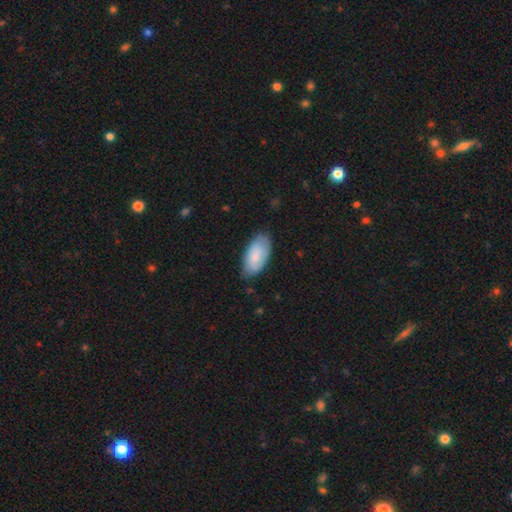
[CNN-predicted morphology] The model was most divided on "merging": none: 72%, minor disturbance: 23%, major disturbance: 4%, merger: 1%. More confident: how rounded — in between (94%); smooth or featured — smooth (80%).